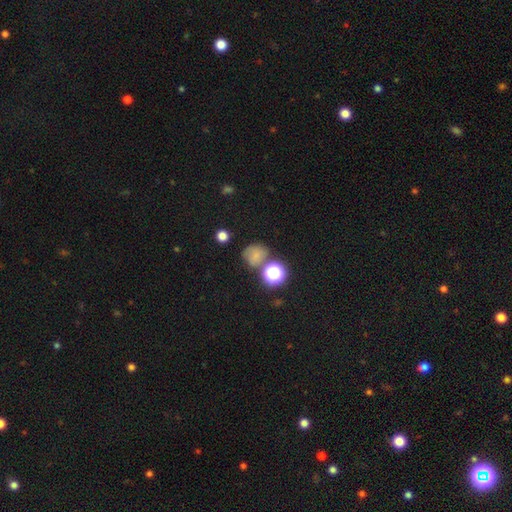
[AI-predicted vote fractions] Smooth or featured? smooth (64%)
How rounded? round (74%)
Merging? none (57%)